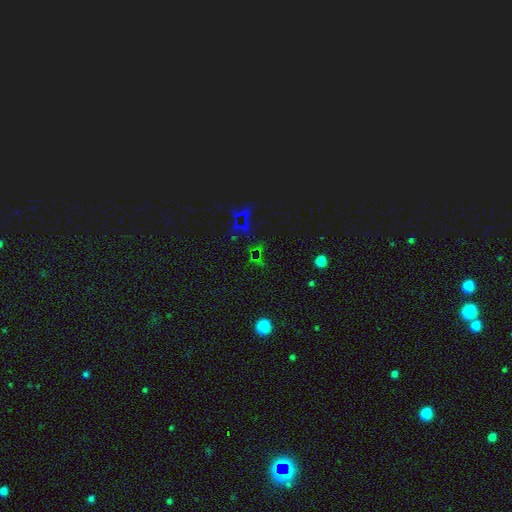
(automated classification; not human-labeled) This appears to be a star or artifact, not a galaxy (69%).